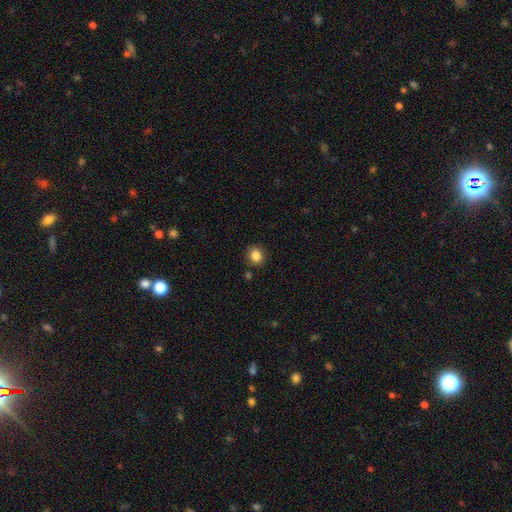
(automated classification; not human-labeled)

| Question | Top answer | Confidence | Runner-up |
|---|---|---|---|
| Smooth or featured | smooth | 86% | star or artifact (10%) |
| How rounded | round | 64% | in between (35%) |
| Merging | none | 86% | minor disturbance (9%) |